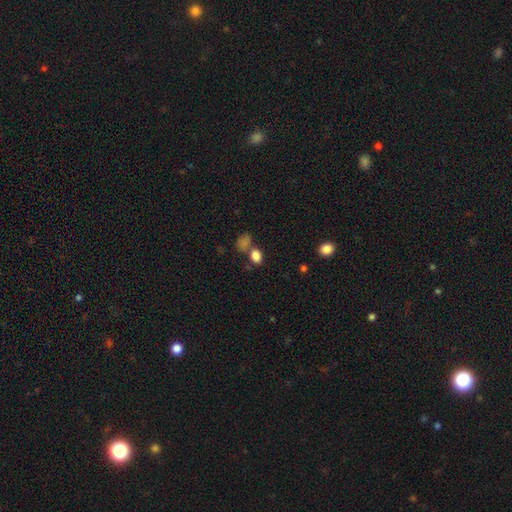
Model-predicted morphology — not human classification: Smooth or featured?
  - smooth: 82% *
  - star or artifact: 12%
  - featured or disk: 6%
How rounded?
  - in between: 75% *
  - round: 24%
  - cigar-shaped: 2%
Merging?
  - none: 52% *
  - merger: 29%
  - minor disturbance: 13%
  - major disturbance: 6%